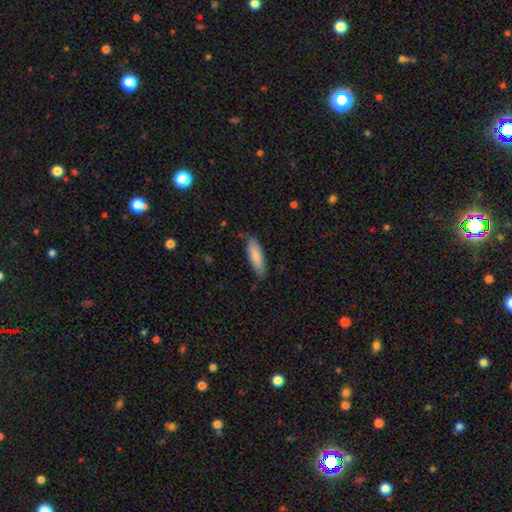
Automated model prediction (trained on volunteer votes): smooth-or-featured: smooth: 81% | featured or disk: 13% | star or artifact: 5%
  how-rounded: cigar-shaped: 57% | in between: 42% | round: 1%
  merging: none: 82% | minor disturbance: 14% | major disturbance: 2% | merger: 1%